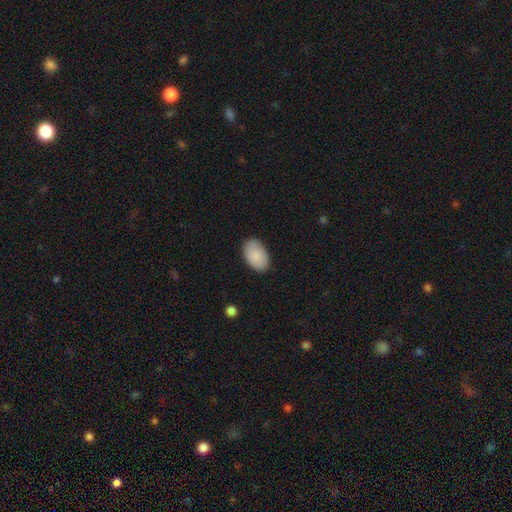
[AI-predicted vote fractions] Smooth or featured: smooth — 89% (star or artifact — 6%)
How rounded: in between — 93% (round — 6%)
Merging: none — 85% (minor disturbance — 11%)